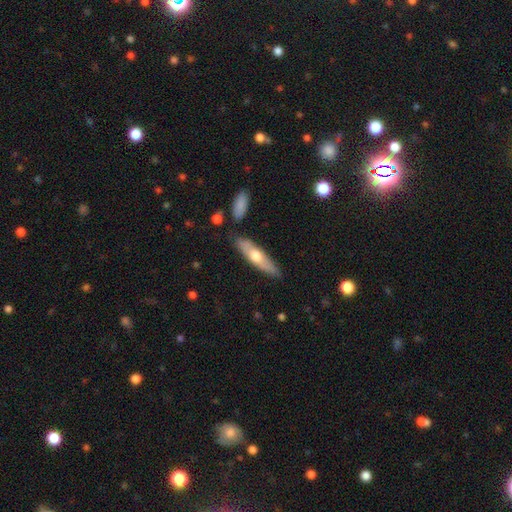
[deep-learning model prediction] A smooth galaxy with no disk features (52%) that is cigar-shaped (70%). Merging: none (82%).